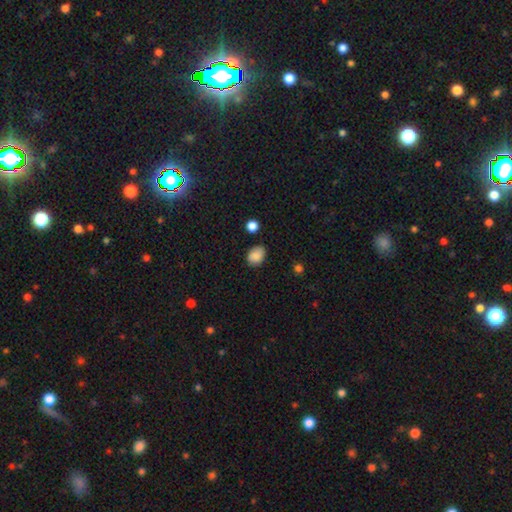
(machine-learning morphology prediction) Q: Smooth or featured?
A: smooth (86%); runner-up: star or artifact (9%)
Q: How rounded?
A: in between (64%); runner-up: round (35%)
Q: Merging?
A: none (77%); runner-up: minor disturbance (17%)